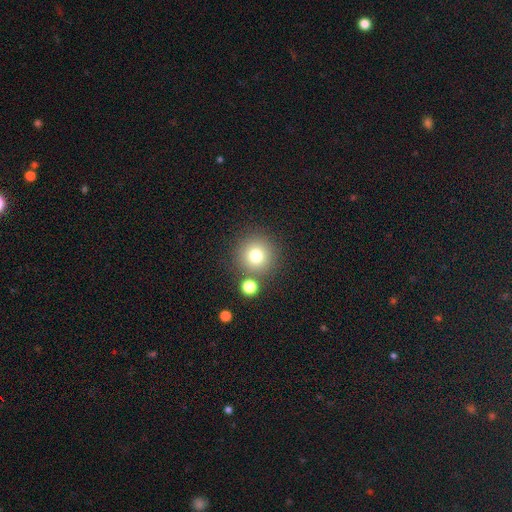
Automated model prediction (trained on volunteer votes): Smooth or featured: smooth — 76% (star or artifact — 15%)
How rounded: round — 95% (in between — 4%)
Merging: none — 82% (merger — 8%)